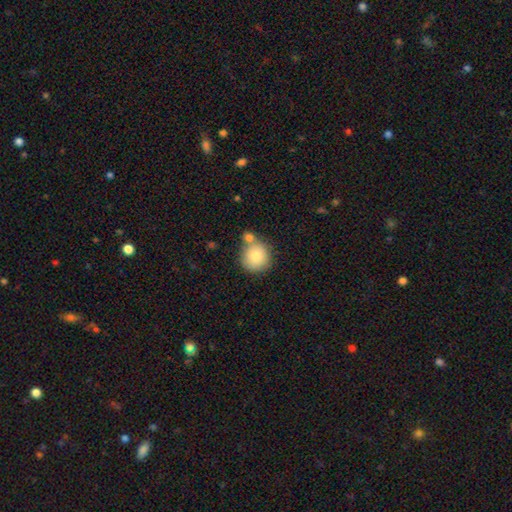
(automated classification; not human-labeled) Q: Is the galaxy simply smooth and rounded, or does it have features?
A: smooth — 81%.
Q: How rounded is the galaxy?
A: round — 91%.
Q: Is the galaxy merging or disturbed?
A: none — 57%.